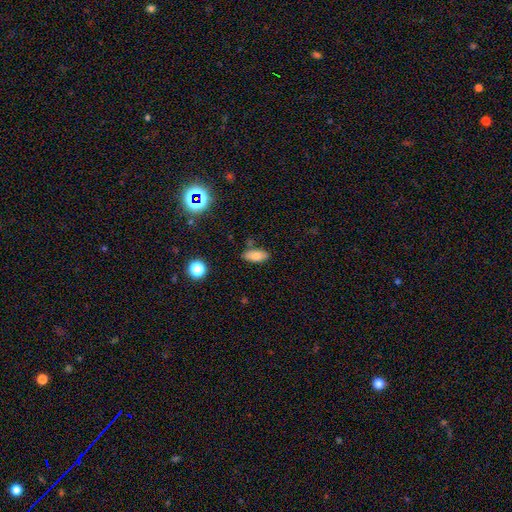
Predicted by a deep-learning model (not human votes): Morphology: type=smooth (82%); roundness=in between (85%); merging=none (77%).